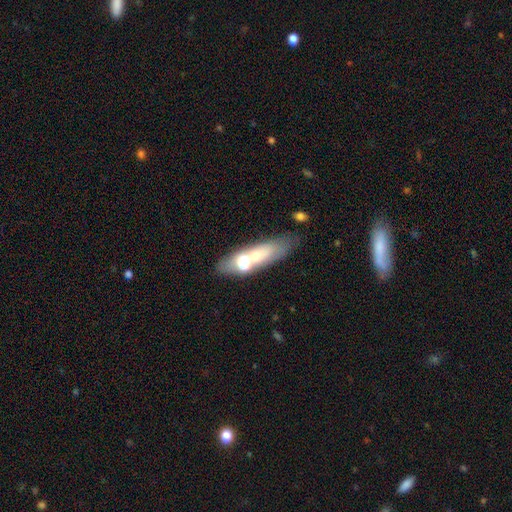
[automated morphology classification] Smooth or featured? smooth (51%)
How rounded? in between (54%)
Merging? none (60%)